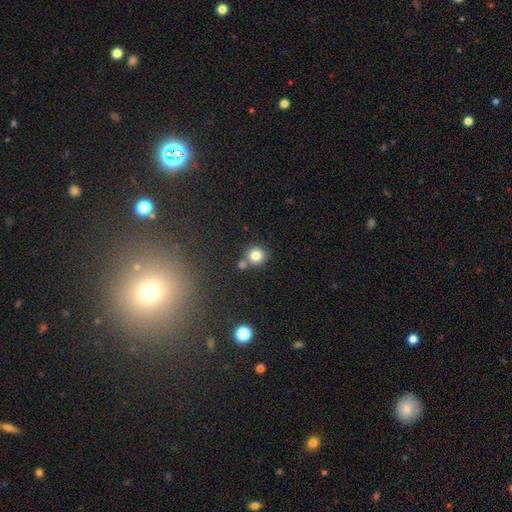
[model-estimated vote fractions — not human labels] A smooth galaxy with no disk features (82%) that is round (91%). Merging: none (68%).